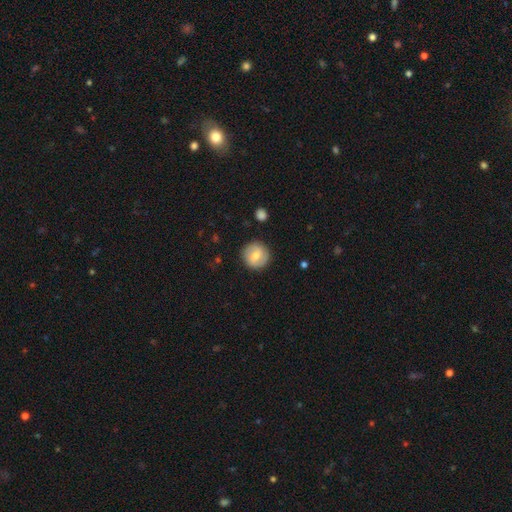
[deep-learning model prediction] Q: Smooth or featured?
A: smooth (61%); runner-up: featured or disk (32%)
Q: How rounded?
A: round (92%); runner-up: in between (7%)
Q: Merging?
A: none (88%); runner-up: minor disturbance (8%)